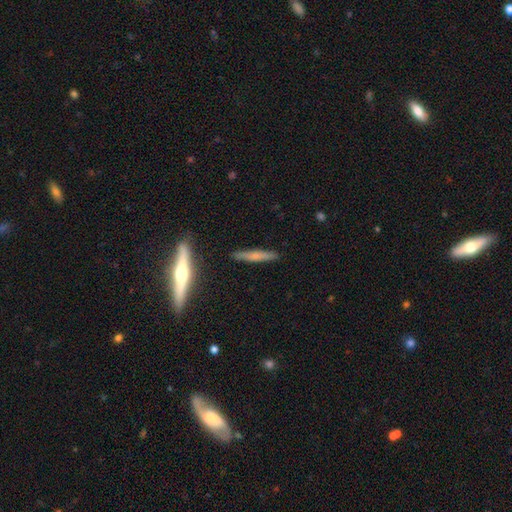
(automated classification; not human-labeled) Overall: smooth (50%; featured or disk 44%). Merging: none (87%).